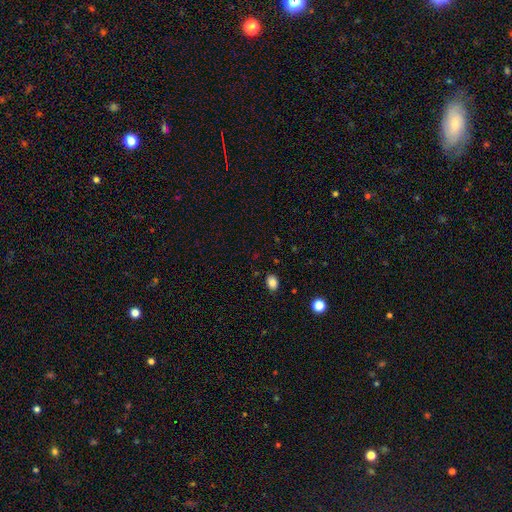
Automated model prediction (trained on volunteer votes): smooth-or-featured: smooth: 77% | star or artifact: 19% | featured or disk: 4%
  how-rounded: in between: 66% | round: 32% | cigar-shaped: 2%
  merging: none: 86% | minor disturbance: 9% | major disturbance: 3% | merger: 2%